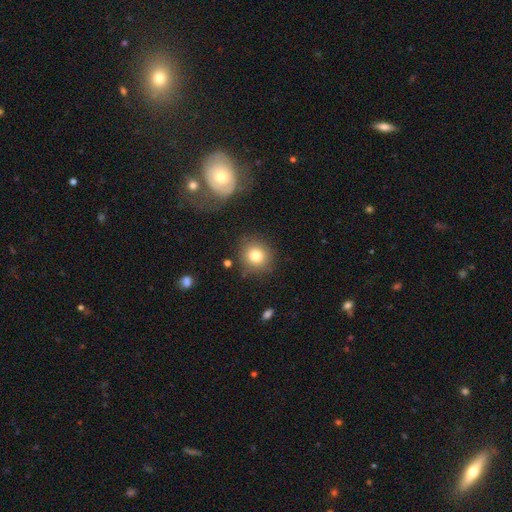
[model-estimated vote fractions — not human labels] This is clearly a smooth galaxy (80%). How rounded: clearly round (87%). Merging: clearly none (83%).